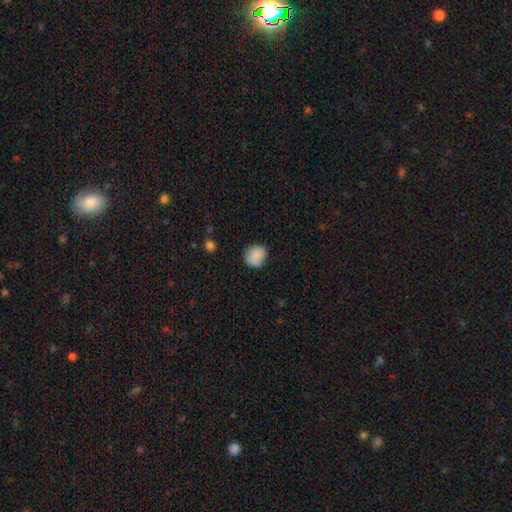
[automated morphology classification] smooth-or-featured: smooth: 86% | star or artifact: 8% | featured or disk: 6%
  how-rounded: round: 80% | in between: 19% | cigar-shaped: 1%
  merging: none: 77% | minor disturbance: 18% | major disturbance: 3% | merger: 1%